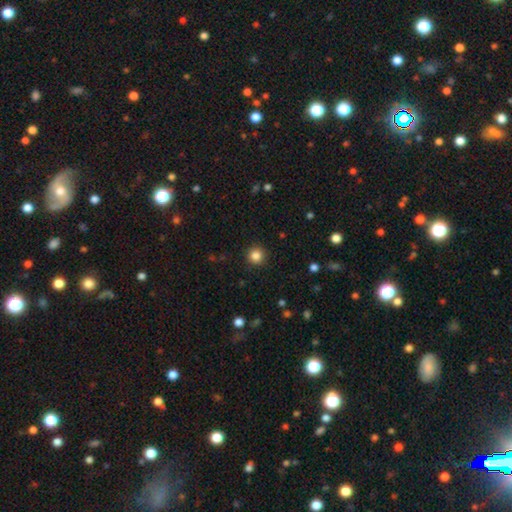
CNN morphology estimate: type=smooth (85%); roundness=round (95%); merging=none (92%).